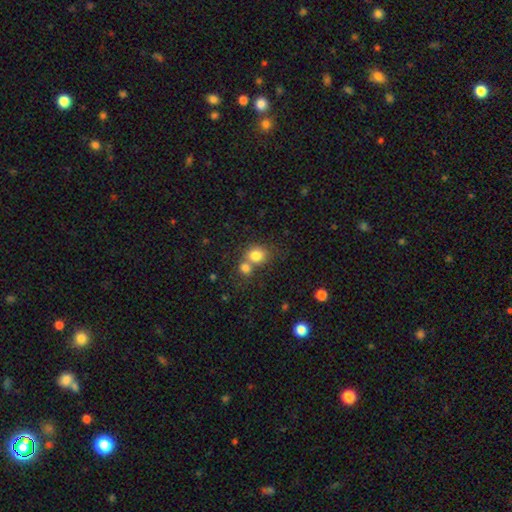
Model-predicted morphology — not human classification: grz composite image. It shows a smooth galaxy with no disk features (81%) that is round (72%). Merging: merger (46%).